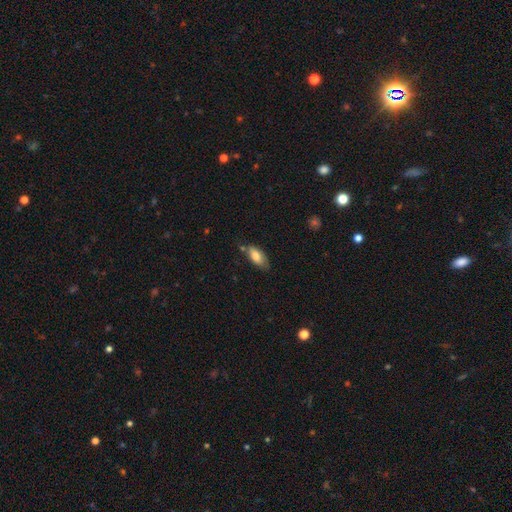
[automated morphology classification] Q: Smooth or featured?
A: smooth (79%); runner-up: featured or disk (14%)
Q: How rounded?
A: in between (88%); runner-up: cigar-shaped (9%)
Q: Merging?
A: none (59%); runner-up: minor disturbance (28%)